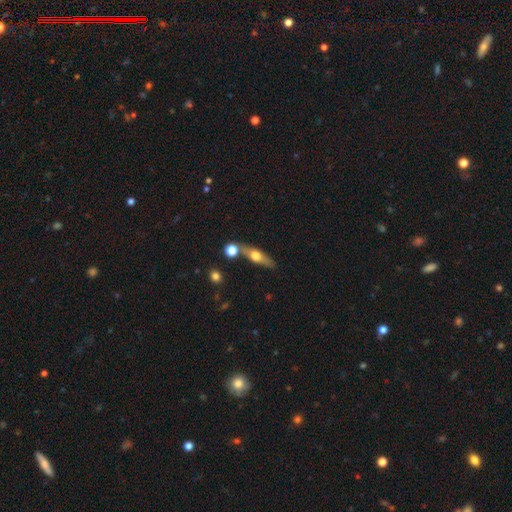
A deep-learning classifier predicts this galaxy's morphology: A featured or disk galaxy (50%). Merging: none (71%).